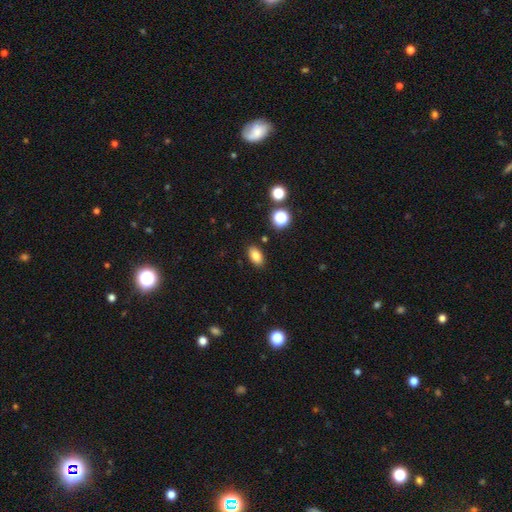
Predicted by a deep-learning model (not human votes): Smooth or featured: smooth — 83% (star or artifact — 11%)
How rounded: in between — 89% (round — 8%)
Merging: none — 87% (minor disturbance — 8%)